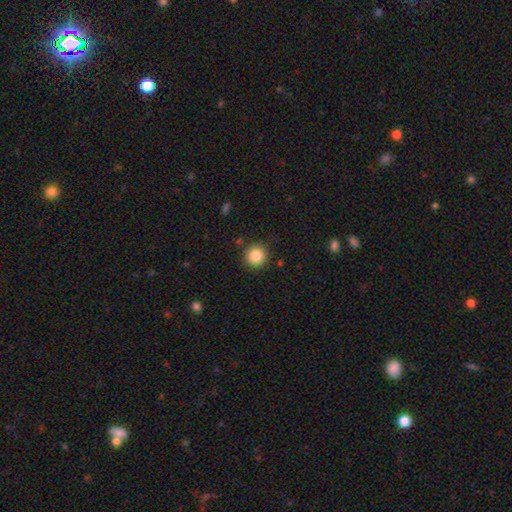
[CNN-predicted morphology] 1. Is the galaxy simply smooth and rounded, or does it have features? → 86% smooth, 10% star or artifact, 5% featured or disk.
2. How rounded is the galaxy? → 94% round, 5% in between, 1% cigar-shaped.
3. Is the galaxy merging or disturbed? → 88% none, 8% minor disturbance, 2% major disturbance, 2% merger.